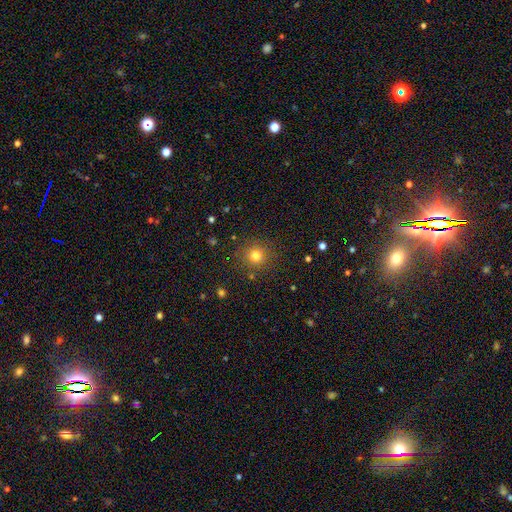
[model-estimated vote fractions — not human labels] Morphology: type=smooth (77%); roundness=round (93%); merging=none (87%).